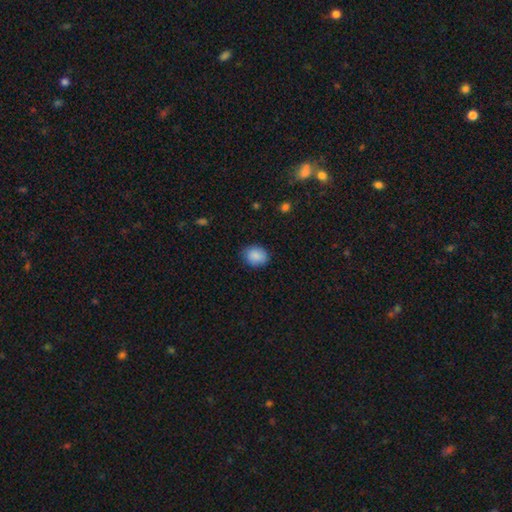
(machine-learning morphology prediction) Smooth or featured? smooth (88%)
How rounded? round (52%)
Merging? none (84%)